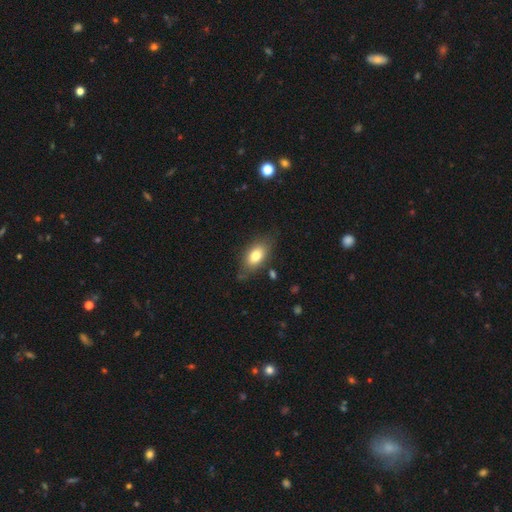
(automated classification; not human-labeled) Q: Smooth or featured?
A: smooth (76%); runner-up: featured or disk (16%)
Q: How rounded?
A: in between (87%); runner-up: round (8%)
Q: Merging?
A: none (74%); runner-up: minor disturbance (18%)